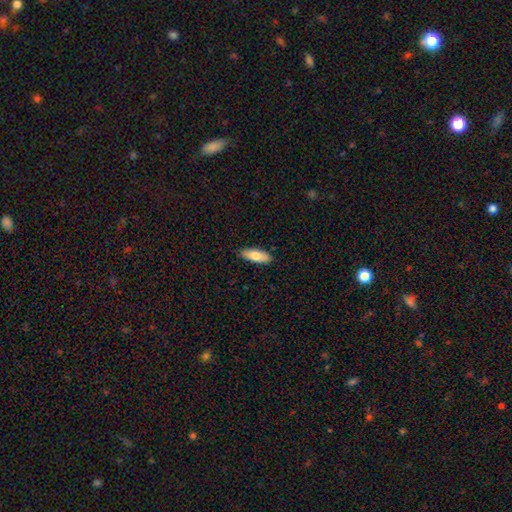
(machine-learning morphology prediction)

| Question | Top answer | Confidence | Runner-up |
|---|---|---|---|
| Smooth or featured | smooth | 75% | featured or disk (19%) |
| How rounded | in between | 73% | cigar-shaped (25%) |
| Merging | none | 88% | minor disturbance (9%) |